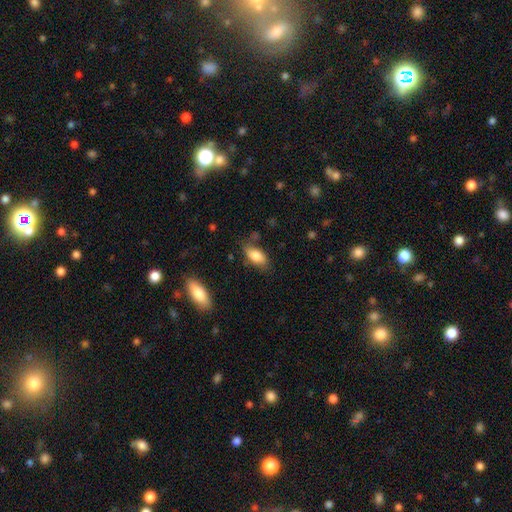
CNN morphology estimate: A smooth galaxy with no disk features (82%) that is in between round and cigar-shaped (88%).

Vote fractions:
- Smooth or featured? smooth: 82% / featured or disk: 11% / star or artifact: 7%
- How rounded? in between: 88% / cigar-shaped: 8% / round: 4%
- Merging? none: 67% / minor disturbance: 23% / major disturbance: 6% / merger: 4%